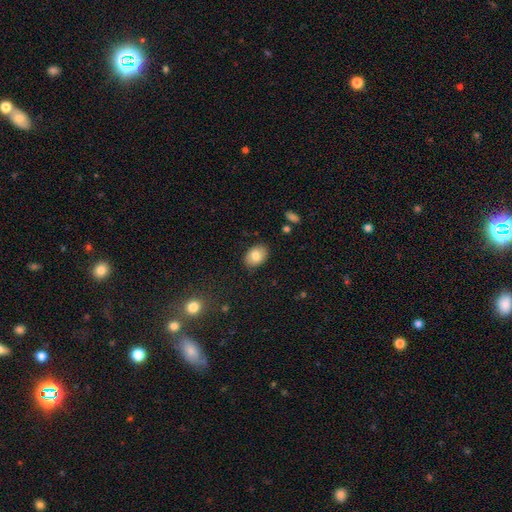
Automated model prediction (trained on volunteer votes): A smooth galaxy with no disk features (80%) that is in between round and cigar-shaped (78%). Merging: none (87%).